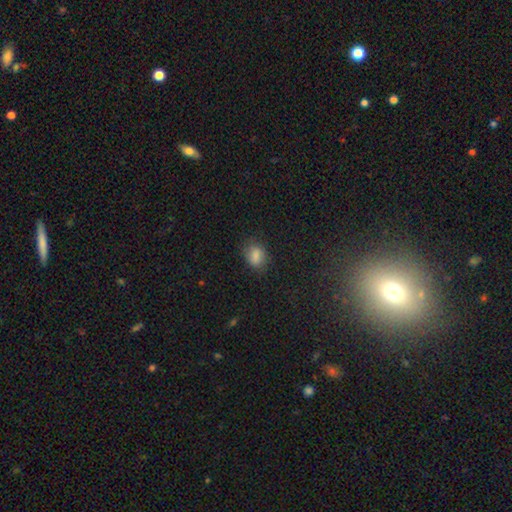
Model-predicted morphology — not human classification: Smooth or featured? Predicted: smooth (p=0.82). How rounded? Predicted: in between (p=0.59). Merging? Predicted: none (p=0.77).